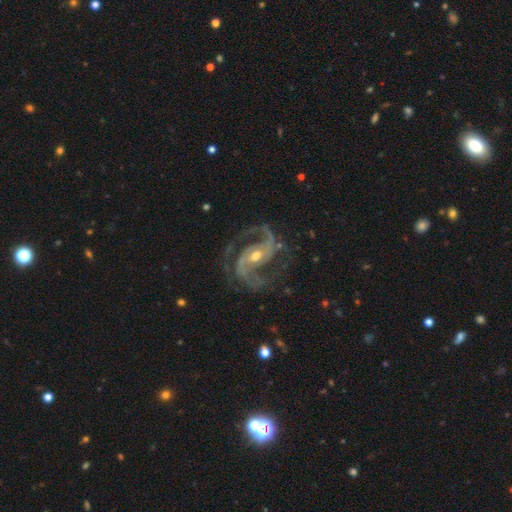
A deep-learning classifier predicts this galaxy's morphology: Overall: featured or disk (91%). Edge-on disk: no (98%). Bar: weak (35%; strong 32%). Spiral arms: yes (99%). Spiral arm count: 2 (79%). Spiral winding: medium (62%). Bulge size: small (61%; moderate 35%). Merging: none (75%).